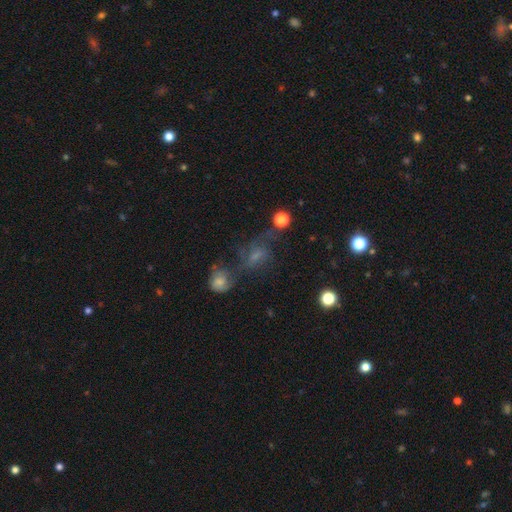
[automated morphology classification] Smooth or featured? featured or disk (49%)
Merging? none (44%)